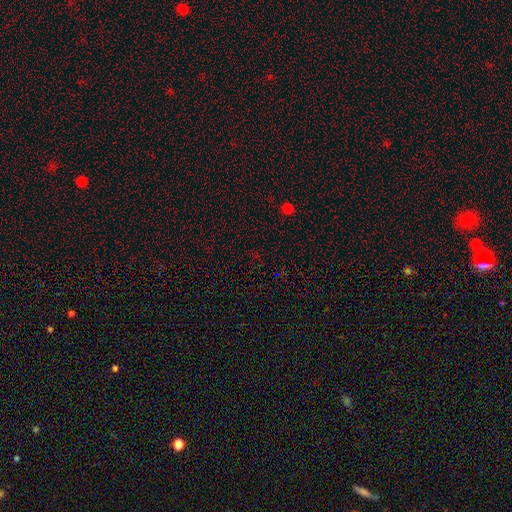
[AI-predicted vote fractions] Smooth or featured?
  - star or artifact: 69% *
  - smooth: 24%
  - featured or disk: 7%